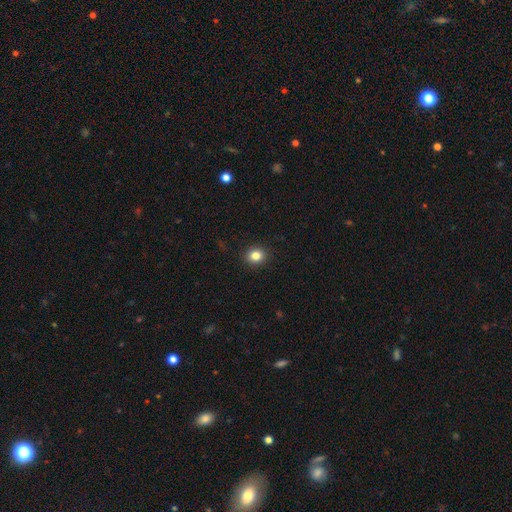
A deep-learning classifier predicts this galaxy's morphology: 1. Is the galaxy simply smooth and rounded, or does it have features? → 83% smooth, 12% star or artifact, 6% featured or disk.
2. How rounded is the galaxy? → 80% round, 19% in between, 1% cigar-shaped.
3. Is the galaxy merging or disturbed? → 92% none, 5% minor disturbance, 2% major disturbance, 1% merger.